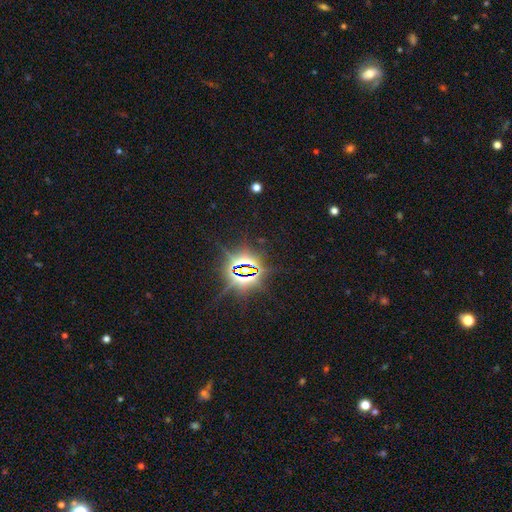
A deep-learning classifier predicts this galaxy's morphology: A star or artifact, not a galaxy (86%).

Vote fractions:
- Smooth or featured? star or artifact: 86% / featured or disk: 7% / smooth: 7%